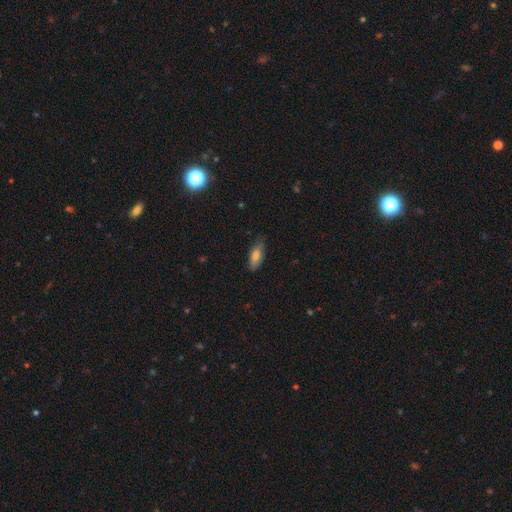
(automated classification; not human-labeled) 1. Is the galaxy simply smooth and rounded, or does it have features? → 77% smooth, 16% featured or disk, 7% star or artifact.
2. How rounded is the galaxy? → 71% in between, 26% cigar-shaped, 2% round.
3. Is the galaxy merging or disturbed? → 75% none, 21% minor disturbance, 3% major disturbance, 1% merger.